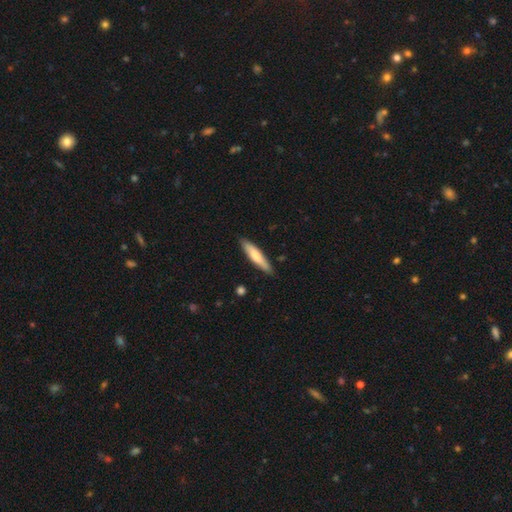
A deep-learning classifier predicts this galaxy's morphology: type=smooth (67%); roundness=cigar-shaped (82%); merging=none (87%).